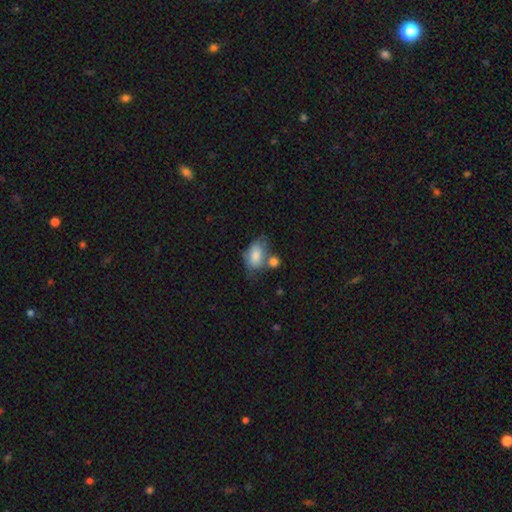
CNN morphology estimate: Smooth or featured?
  - smooth: 74% *
  - featured or disk: 18%
  - star or artifact: 7%
How rounded?
  - in between: 88% *
  - round: 10%
  - cigar-shaped: 2%
Merging?
  - none: 32% * (tied)
  - merger: 32% * (tied)
  - minor disturbance: 23%
  - major disturbance: 13%